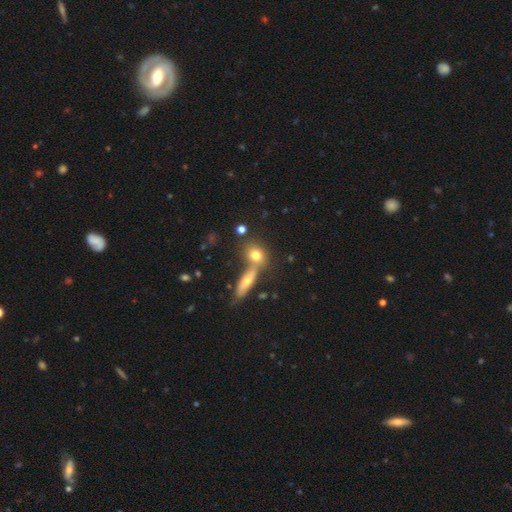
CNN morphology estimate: smooth-or-featured: smooth: 73% | featured or disk: 17% | star or artifact: 10%
  how-rounded: round: 49% | in between: 41% | cigar-shaped: 10%
  merging: none: 50% | merger: 36% | minor disturbance: 10% | major disturbance: 4%